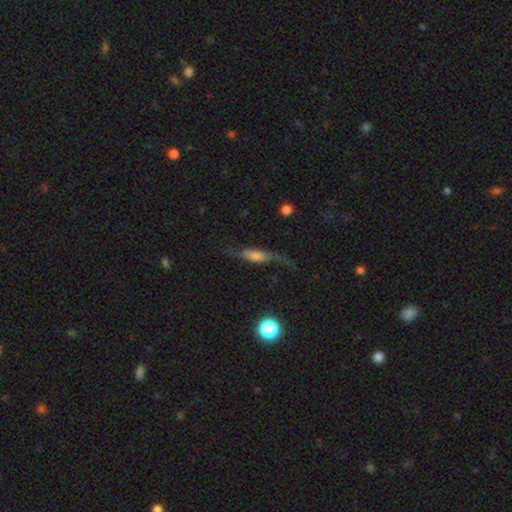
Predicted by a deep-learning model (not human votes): Smooth or featured? Predicted: featured or disk (p=0.52). Edge-on disk? Predicted: yes (p=0.52). Merging? Predicted: none (p=0.48).